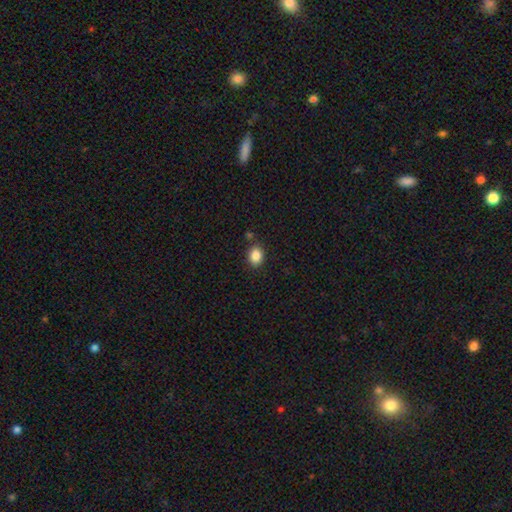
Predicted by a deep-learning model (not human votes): Morphology: type=smooth (86%); roundness=in between (58%); merging=none (82%).